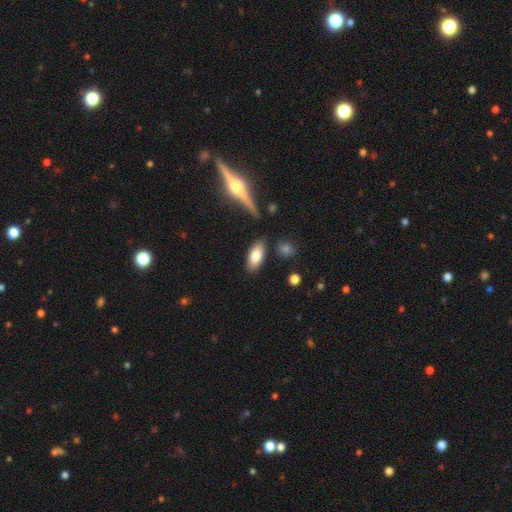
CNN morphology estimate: Overall: smooth (78%). How rounded: in between (83%). Merging: none (81%).